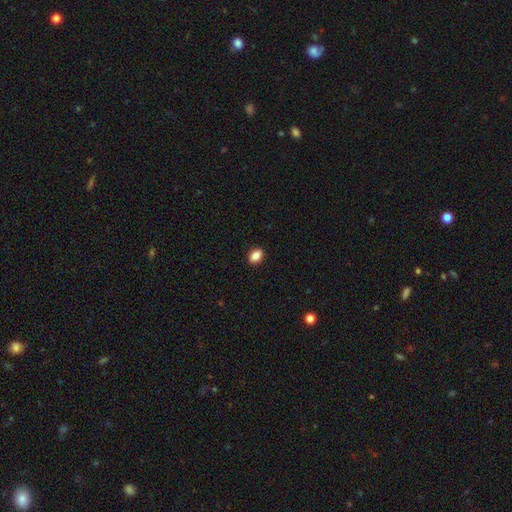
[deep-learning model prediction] Q: Smooth or featured?
A: smooth (86%); runner-up: star or artifact (9%)
Q: How rounded?
A: in between (80%); runner-up: round (18%)
Q: Merging?
A: none (90%); runner-up: minor disturbance (7%)